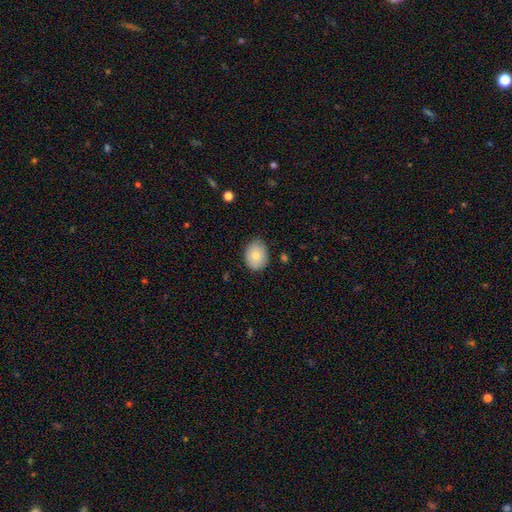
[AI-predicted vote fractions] smooth-or-featured: smooth: 78% | featured or disk: 14% | star or artifact: 8%
  how-rounded: in between: 58% | round: 41% | cigar-shaped: 1%
  merging: none: 81% | minor disturbance: 15% | major disturbance: 3% | merger: 1%